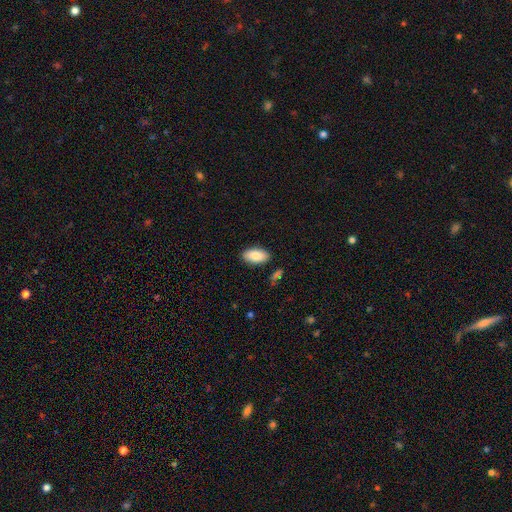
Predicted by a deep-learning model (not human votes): Smooth or featured?
  - smooth: 87% *
  - featured or disk: 7%
  - star or artifact: 6%
How rounded?
  - in between: 94% *
  - cigar-shaped: 3%
  - round: 3%
Merging?
  - none: 87% *
  - minor disturbance: 9%
  - major disturbance: 2%
  - merger: 2%